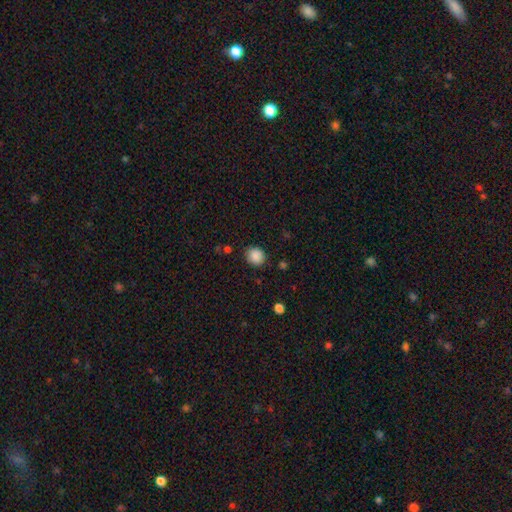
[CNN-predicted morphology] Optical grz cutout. It shows a smooth galaxy with no disk features (88%) that is round (77%). Merging: none (84%).